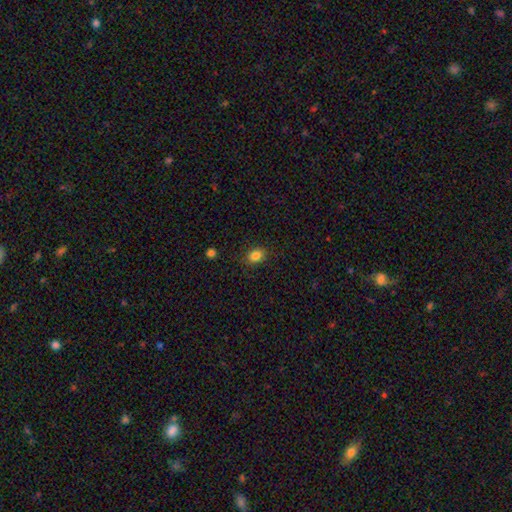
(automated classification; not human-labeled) smooth 83%, star or artifact 11%, featured or disk 6%. Down the decision tree: how rounded — in between (62%); merging — none (87%).